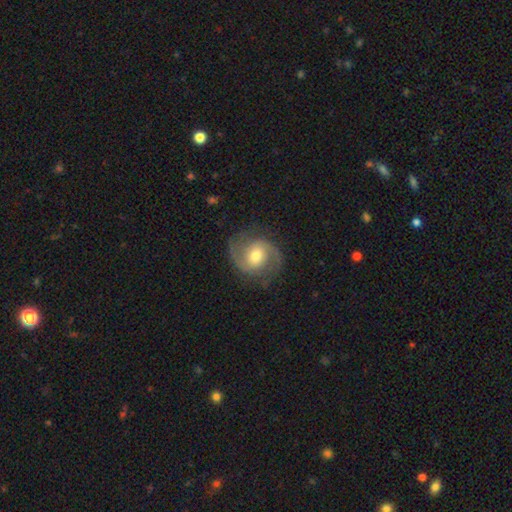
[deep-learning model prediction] Q: Smooth or featured?
A: featured or disk (84%); runner-up: smooth (11%)
Q: Edge-on disk?
A: no (98%); runner-up: yes (2%)
Q: Bar?
A: no (53%); runner-up: weak (38%)
Q: Spiral arms?
A: yes (95%); runner-up: no (5%)
Q: Spiral winding?
A: medium (55%); runner-up: tight (26%)
Q: Spiral arm count?
A: 2 (91%); runner-up: can't tell (4%)
Q: Bulge size?
A: moderate (69%); runner-up: small (18%)
Q: Merging?
A: none (78%); runner-up: minor disturbance (14%)